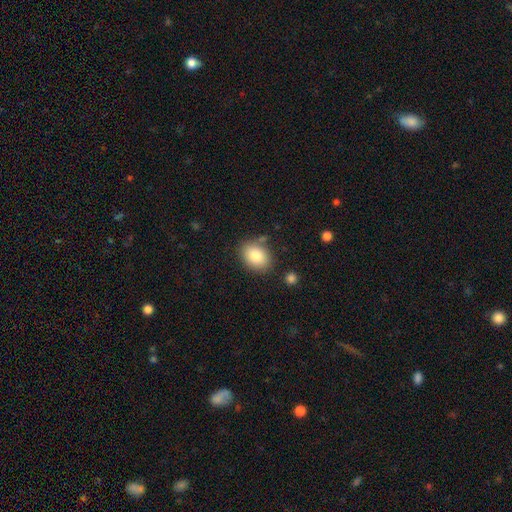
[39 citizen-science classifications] smooth_or_featured: smooth (p=0.87) [alt: featured or disk p=0.08]
how_rounded: in between (p=0.71) [alt: round p=0.29]
merging: none (p=0.76) [alt: major disturbance p=0.11]